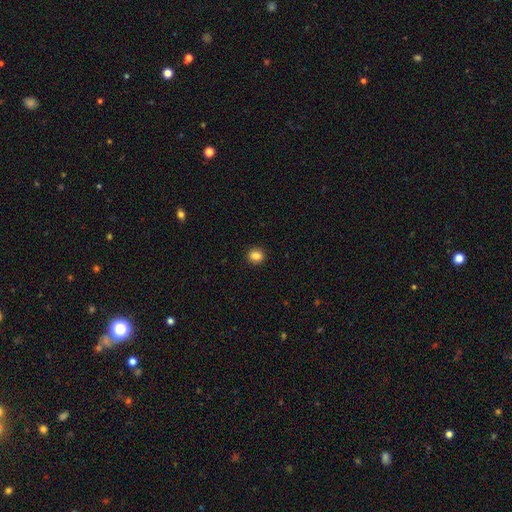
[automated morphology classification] smooth 85%, star or artifact 10%, featured or disk 5%. Down the decision tree: how rounded — round (66%); merging — none (90%).